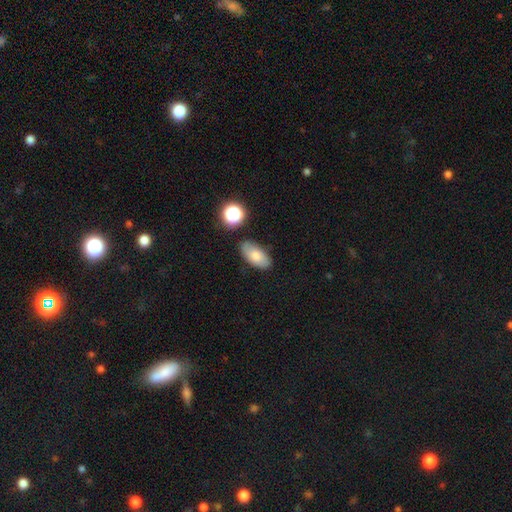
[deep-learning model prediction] Smooth or featured? smooth (78%)
How rounded? in between (92%)
Merging? none (79%)